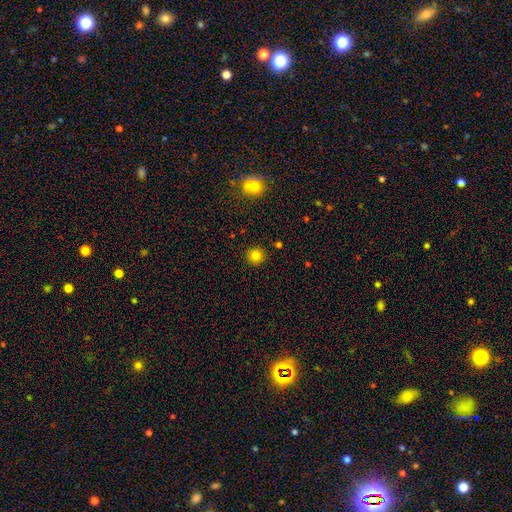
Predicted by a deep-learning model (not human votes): Smooth or featured?
  - smooth: 81% *
  - star or artifact: 13%
  - featured or disk: 6%
How rounded?
  - round: 93% *
  - in between: 6%
  - cigar-shaped: 1%
Merging?
  - none: 90% *
  - minor disturbance: 6%
  - merger: 2%
  - major disturbance: 2%